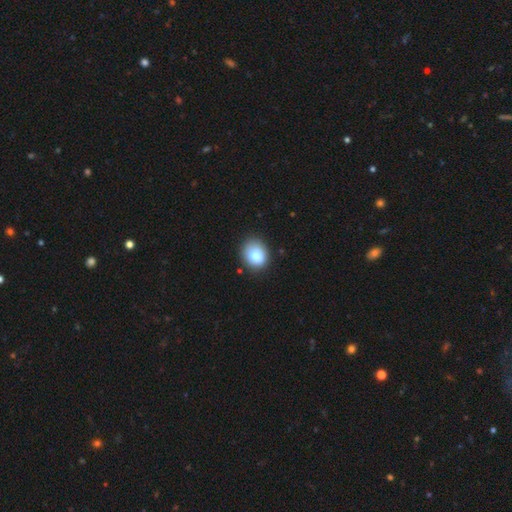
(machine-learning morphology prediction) smooth-or-featured: smooth: 82% | star or artifact: 9% | featured or disk: 9%
  how-rounded: round: 61% | in between: 39% | cigar-shaped: 1%
  merging: none: 79% | minor disturbance: 15% | major disturbance: 4% | merger: 2%